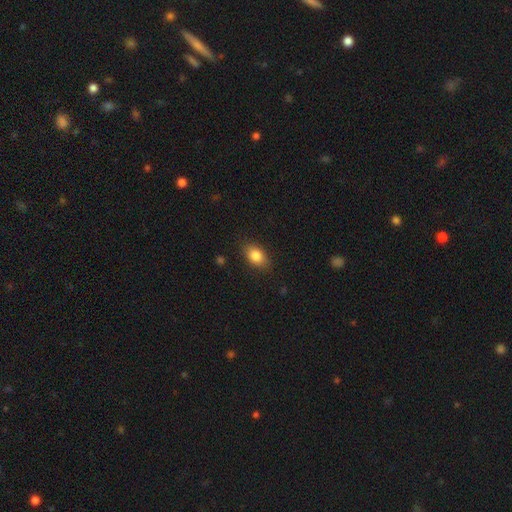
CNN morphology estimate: Smooth or featured? smooth (84%)
How rounded? in between (83%)
Merging? none (84%)